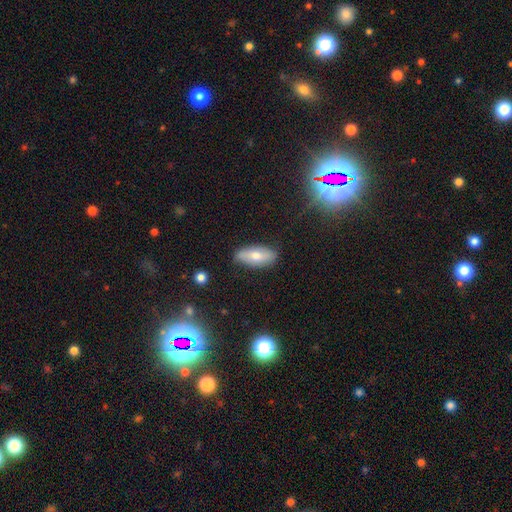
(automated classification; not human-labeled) Smooth or featured: smooth — 62% (featured or disk — 30%)
How rounded: in between — 83% (cigar-shaped — 14%)
Merging: none — 83% (minor disturbance — 13%)